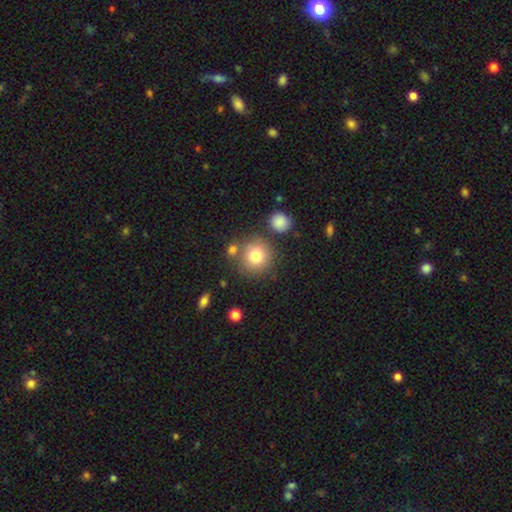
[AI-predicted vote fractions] Smooth or featured?
  - smooth: 79% *
  - star or artifact: 11%
  - featured or disk: 10%
How rounded?
  - round: 91% *
  - in between: 8%
  - cigar-shaped: 1%
Merging?
  - none: 74% *
  - merger: 12%
  - minor disturbance: 10%
  - major disturbance: 4%